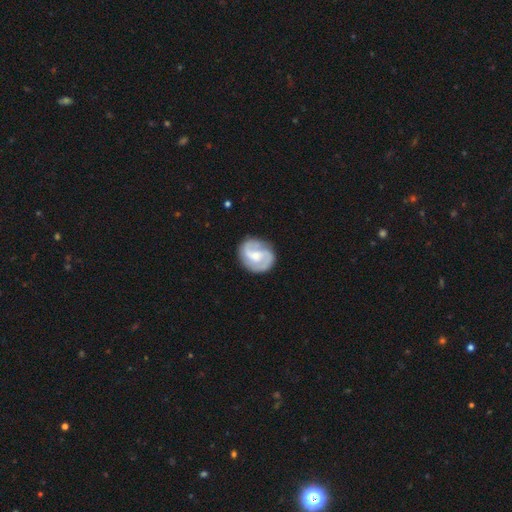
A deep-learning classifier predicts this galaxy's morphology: Q: Smooth or featured?
A: featured or disk (79%); runner-up: smooth (16%)
Q: Edge-on disk?
A: no (98%); runner-up: yes (2%)
Q: Bar?
A: weak (50%); runner-up: no (36%)
Q: Spiral arms?
A: yes (94%); runner-up: no (6%)
Q: Spiral winding?
A: medium (49%); runner-up: tight (30%)
Q: Spiral arm count?
A: 2 (81%); runner-up: can't tell (7%)
Q: Bulge size?
A: moderate (47%); runner-up: small (41%)
Q: Merging?
A: none (78%); runner-up: minor disturbance (15%)